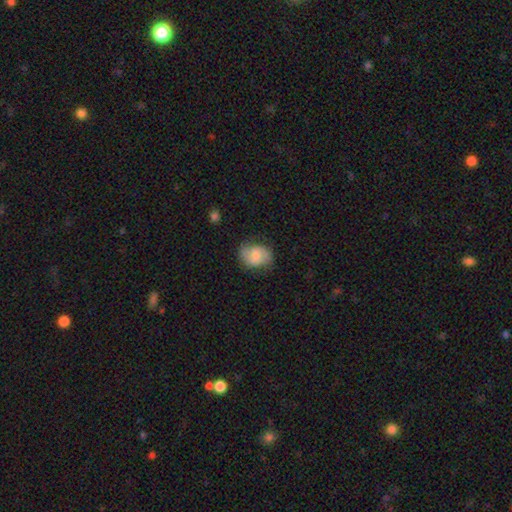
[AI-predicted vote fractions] smooth-or-featured: smooth: 59% | featured or disk: 34% | star or artifact: 7%
  how-rounded: in between: 61% | round: 38% | cigar-shaped: 1%
  merging: none: 66% | minor disturbance: 25% | major disturbance: 8% | merger: 1%